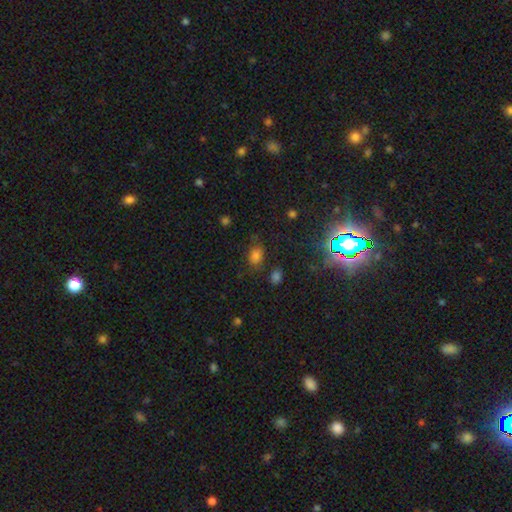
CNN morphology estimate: The model was most divided on "merging": none: 67%, minor disturbance: 20%, major disturbance: 8%, merger: 5%. More confident: how rounded — in between (75%); smooth or featured — smooth (71%).